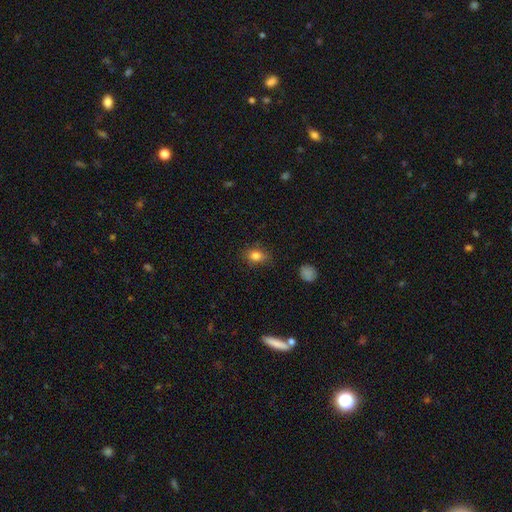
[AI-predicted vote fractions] Smooth or featured? smooth (82%)
How rounded? in between (63%)
Merging? none (78%)